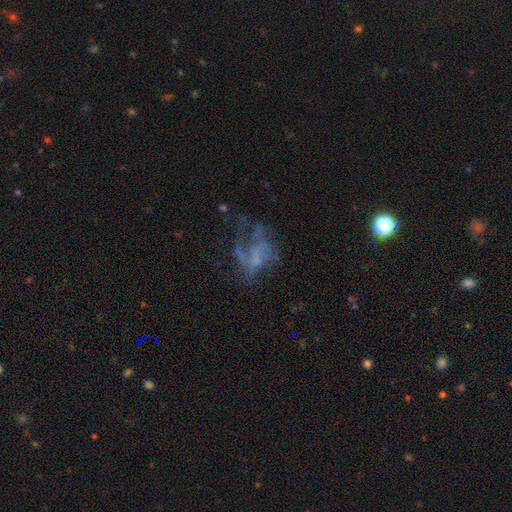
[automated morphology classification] A featured or disk galaxy (57%) with no bar (81%), no spiral arms (68%) and no central bulge (68%).

Vote fractions:
- Smooth or featured? featured or disk: 57% / smooth: 23% / star or artifact: 20%
- Edge-on disk? no: 98% / yes: 2%
- Bar? no: 81% / weak: 15% / strong: 4%
- Spiral arms? no: 68% / yes: 32%
- Bulge size? none: 68% / small: 19% / moderate: 9% / large: 2% / dominant: 1%
- Merging? major disturbance: 46% / none: 34% / minor disturbance: 15% / merger: 5%